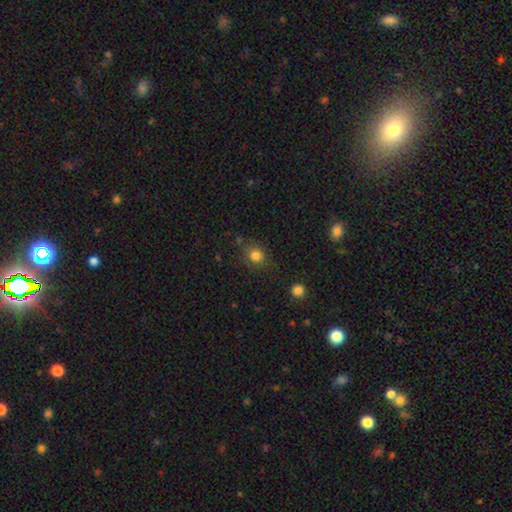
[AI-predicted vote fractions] smooth_or_featured: smooth (p=0.82) [alt: star or artifact p=0.13]
how_rounded: round (p=0.75) [alt: in between p=0.24]
merging: none (p=0.79) [alt: minor disturbance p=0.14]